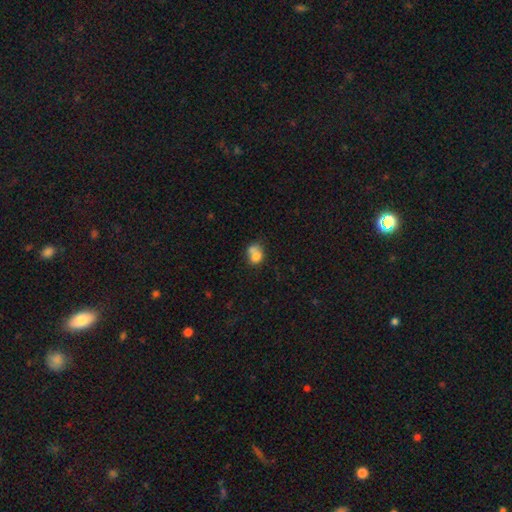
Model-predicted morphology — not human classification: smooth-or-featured: smooth: 73% | featured or disk: 17% | star or artifact: 10%
  how-rounded: round: 56% | in between: 43% | cigar-shaped: 1%
  merging: merger: 53% | none: 29% | minor disturbance: 12% | major disturbance: 6%